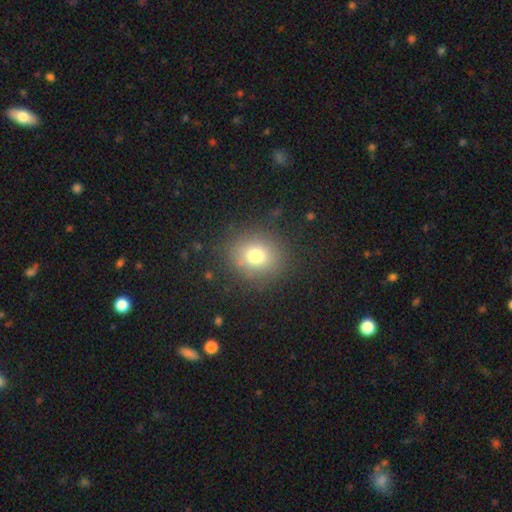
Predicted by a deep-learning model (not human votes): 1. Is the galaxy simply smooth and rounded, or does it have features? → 74% smooth, 14% star or artifact, 11% featured or disk.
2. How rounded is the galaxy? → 77% round, 22% in between, 1% cigar-shaped.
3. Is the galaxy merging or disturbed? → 84% none, 10% minor disturbance, 5% major disturbance, 2% merger.